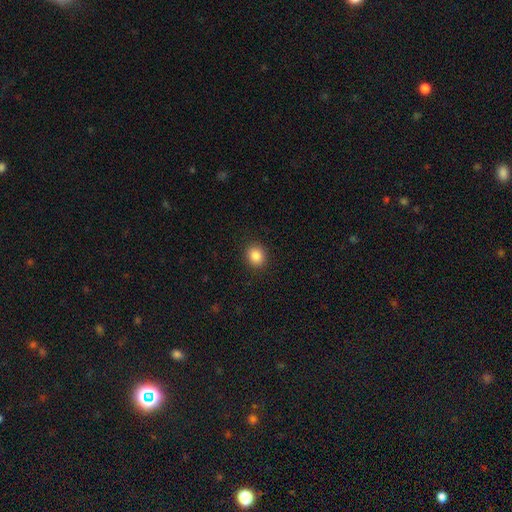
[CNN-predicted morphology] This is clearly a smooth galaxy (86%). How rounded: likely round (73%). Merging: clearly none (90%).